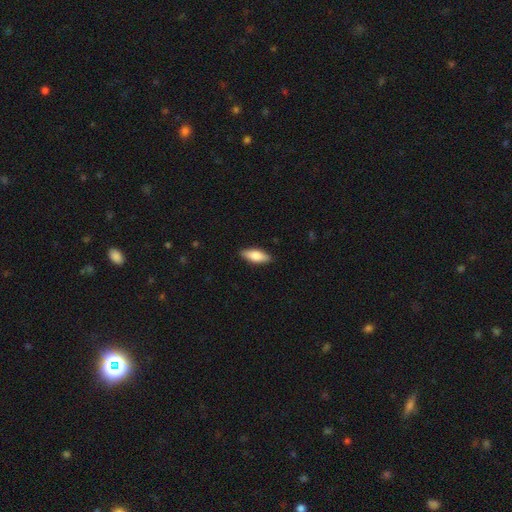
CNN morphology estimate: Overall: smooth (75%). How rounded: in between (71%). Merging: none (88%).